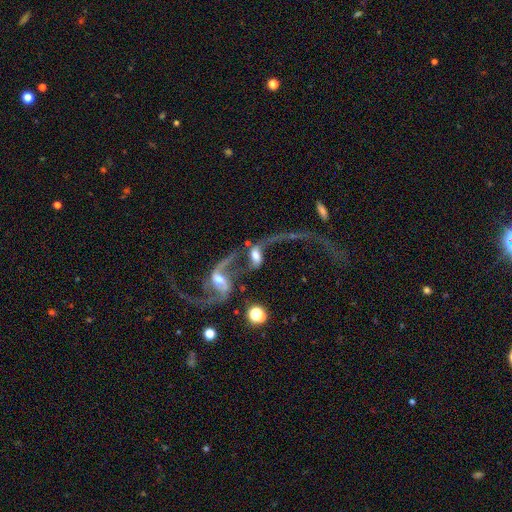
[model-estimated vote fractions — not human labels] Smooth or featured? featured or disk (71%)
Edge-on disk? no (91%)
Bar? no (41%)
Spiral arms? yes (80%)
Spiral winding? loose (90%)
Spiral arm count? 2 (76%)
Bulge size? moderate (51%)
Merging? merger (62%)